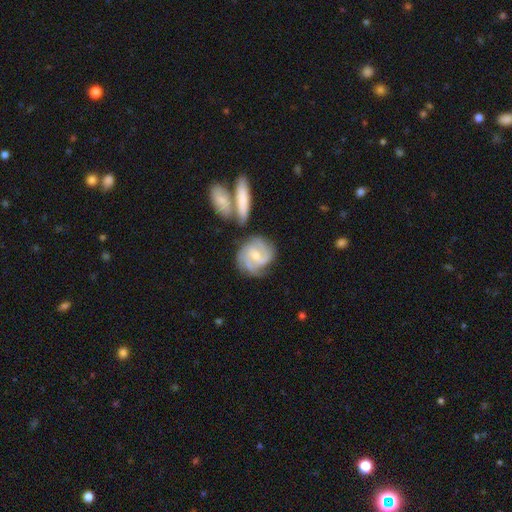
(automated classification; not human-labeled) This appears to be a featured or disk galaxy (81%) with no bar (50%), 3 (47%) tight (52%) spiral arms (96%) and a small central bulge (50%). Merging: none (63%).